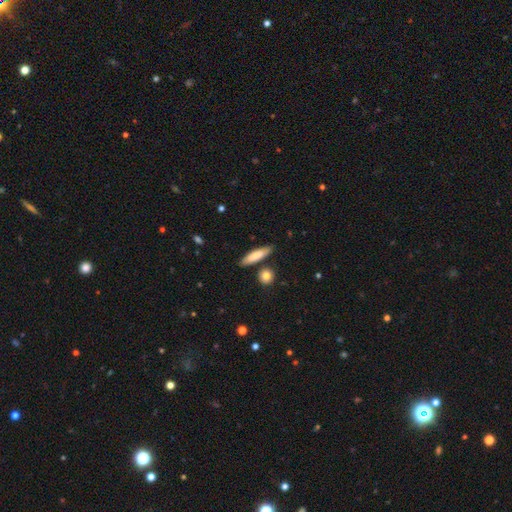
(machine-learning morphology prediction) Smooth or featured? Predicted: smooth (p=0.74). How rounded? Predicted: cigar-shaped (p=0.72). Merging? Predicted: none (p=0.81).